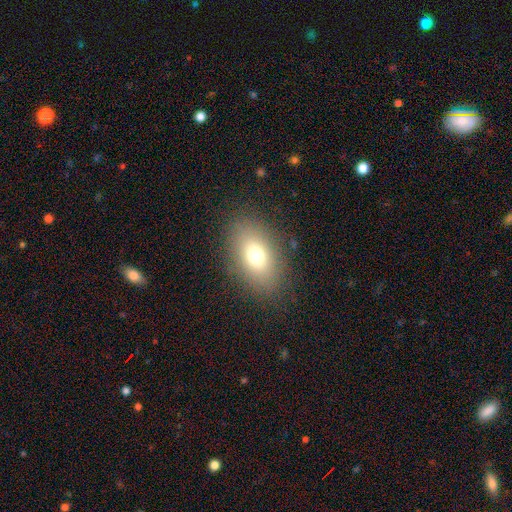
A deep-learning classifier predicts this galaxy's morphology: This appears to be a smooth galaxy with no disk features (73%) that is in between round and cigar-shaped (83%). Merging: none (85%).